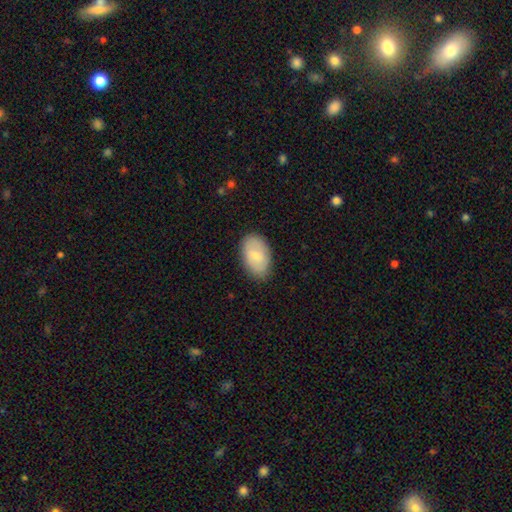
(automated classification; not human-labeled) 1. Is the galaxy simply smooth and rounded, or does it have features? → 72% smooth, 22% featured or disk, 6% star or artifact.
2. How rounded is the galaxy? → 92% in between, 7% round, 1% cigar-shaped.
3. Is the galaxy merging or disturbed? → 82% none, 14% minor disturbance, 3% major disturbance, 1% merger.